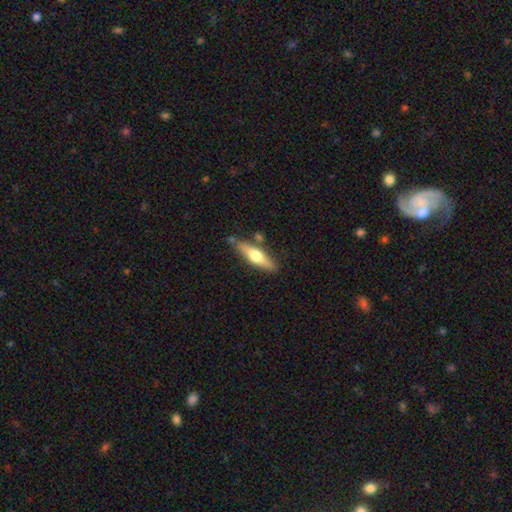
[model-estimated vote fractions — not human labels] Q: Smooth or featured?
A: featured or disk (48%); runner-up: smooth (47%)
Q: Merging?
A: none (75%); runner-up: minor disturbance (14%)